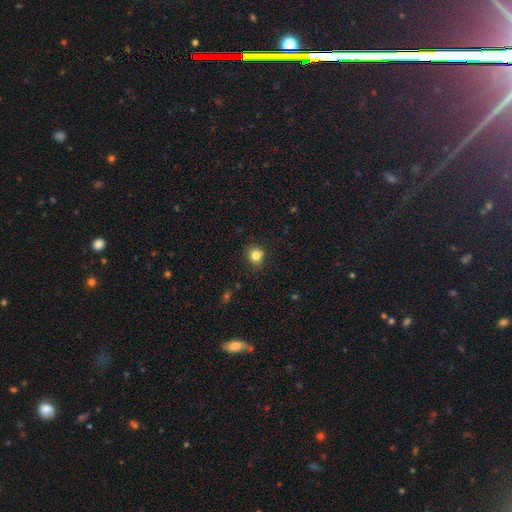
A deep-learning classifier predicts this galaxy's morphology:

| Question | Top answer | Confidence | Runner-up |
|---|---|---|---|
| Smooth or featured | smooth | 81% | star or artifact (12%) |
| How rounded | round | 86% | in between (13%) |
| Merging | none | 82% | minor disturbance (12%) |